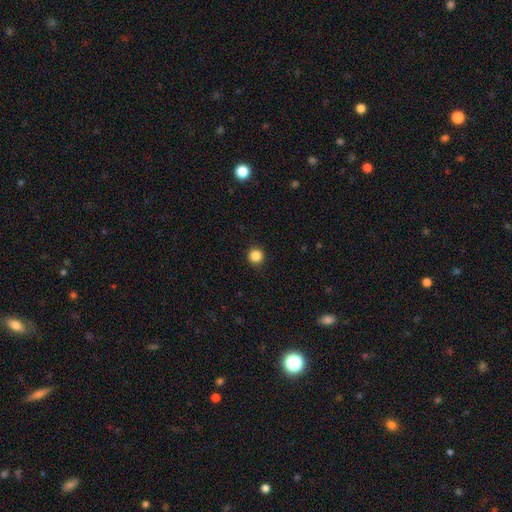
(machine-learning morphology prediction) smooth_or_featured: smooth (p=0.86) [alt: star or artifact p=0.11]
how_rounded: round (p=0.95) [alt: in between p=0.04]
merging: none (p=0.91) [alt: minor disturbance p=0.06]